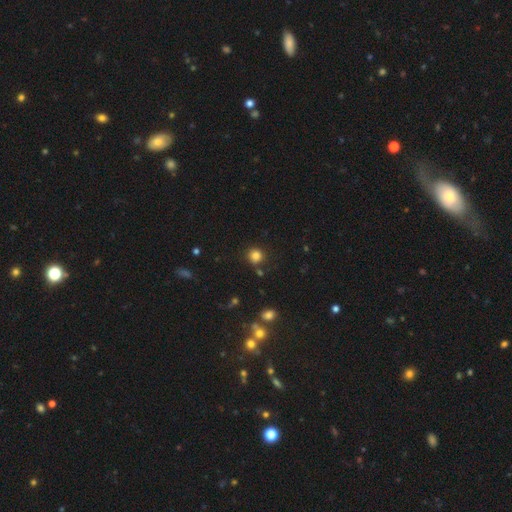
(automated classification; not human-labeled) A smooth galaxy with no disk features (81%) that is round (90%). Merging: none (82%).